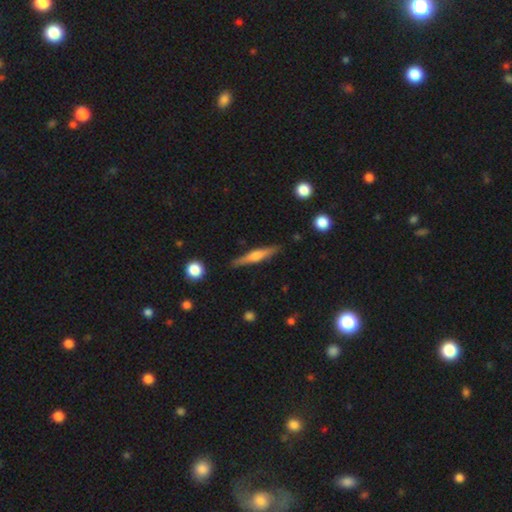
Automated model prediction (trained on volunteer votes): featured or disk 62%, smooth 32%, star or artifact 6%. Down the decision tree: edge-on disk — yes (97%); edge-on bulge — rounded (81%); merging — none (89%).